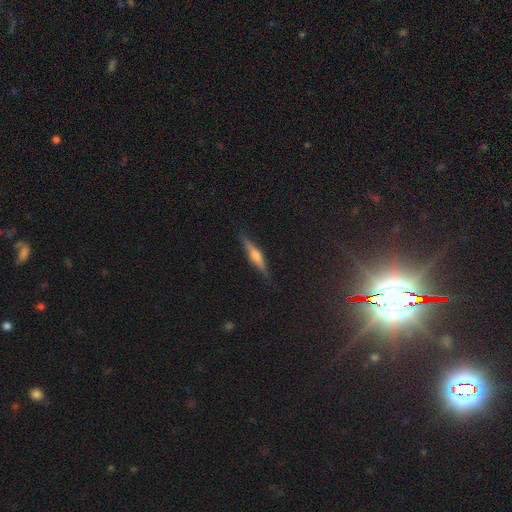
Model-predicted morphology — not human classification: Smooth or featured?
  - featured or disk: 62% *
  - smooth: 30%
  - star or artifact: 8%
Edge-on disk?
  - yes: 97% *
  - no: 3%
Edge-on bulge?
  - rounded: 78% *
  - boxy: 15%
  - none: 8%
Merging?
  - none: 88% *
  - minor disturbance: 9%
  - major disturbance: 2%
  - merger: 1%